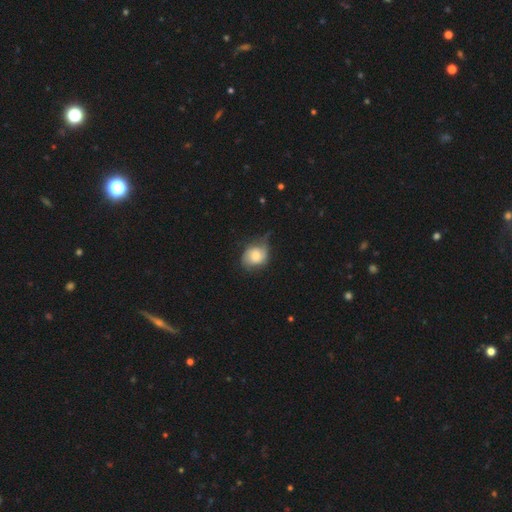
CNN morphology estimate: This appears to be a smooth galaxy with no disk features (52%) that is round (56%). Merging: none (44%).